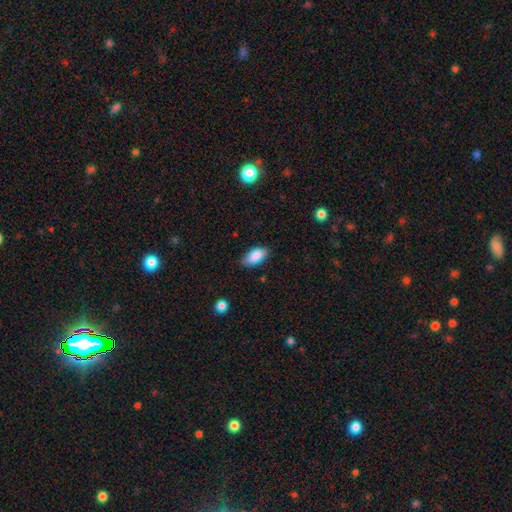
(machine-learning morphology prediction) A smooth galaxy with no disk features (87%) that is in between round and cigar-shaped (93%).

Vote fractions:
- Smooth or featured? smooth: 87% / star or artifact: 7% / featured or disk: 6%
- How rounded? in between: 93% / cigar-shaped: 4% / round: 3%
- Merging? none: 82% / minor disturbance: 14% / major disturbance: 3% / merger: 1%